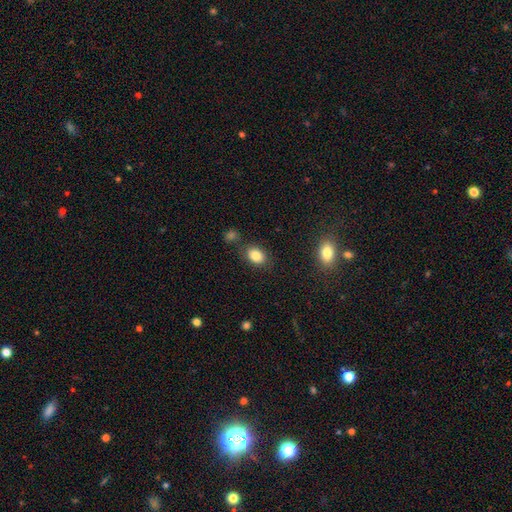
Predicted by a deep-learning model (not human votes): smooth_or_featured: smooth (p=0.84) [alt: star or artifact p=0.09]
how_rounded: in between (p=0.74) [alt: round p=0.24]
merging: none (p=0.77) [alt: minor disturbance p=0.13]